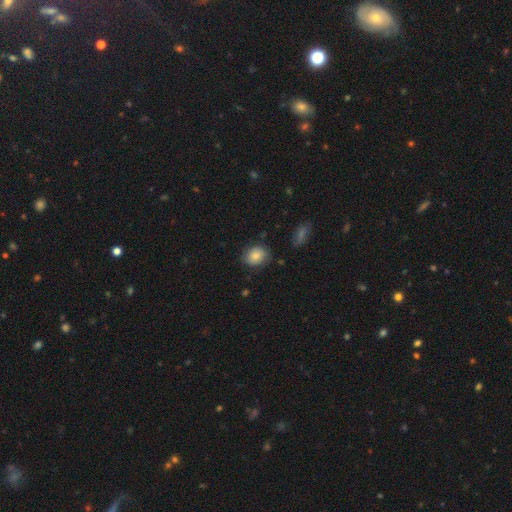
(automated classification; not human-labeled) A smooth galaxy with no disk features (80%) that is round (54%).

Vote fractions:
- Smooth or featured? smooth: 80% / featured or disk: 12% / star or artifact: 8%
- How rounded? round: 54% / in between: 45% / cigar-shaped: 1%
- Merging? none: 78% / minor disturbance: 16% / major disturbance: 4% / merger: 2%